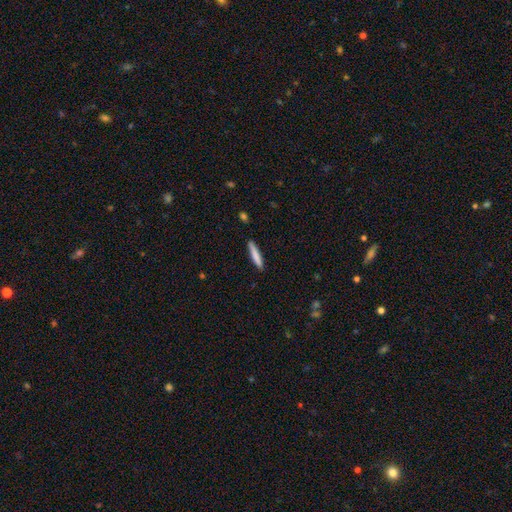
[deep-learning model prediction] Smooth or featured? Predicted: smooth (p=0.79). How rounded? Predicted: cigar-shaped (p=0.92). Merging? Predicted: none (p=0.90).